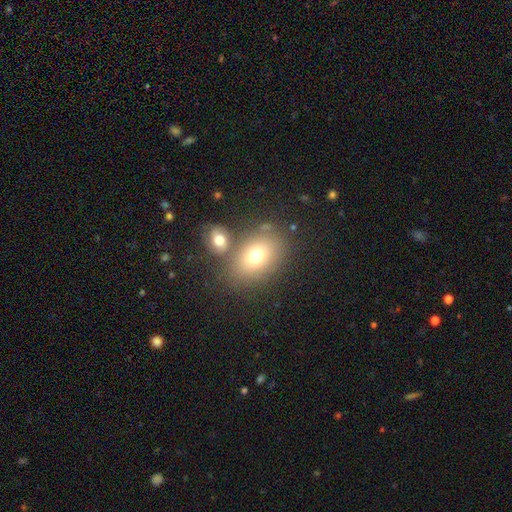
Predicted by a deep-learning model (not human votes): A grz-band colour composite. It shows a smooth galaxy with no disk features (72%) that is in between round and cigar-shaped (74%). Merging: none (64%).